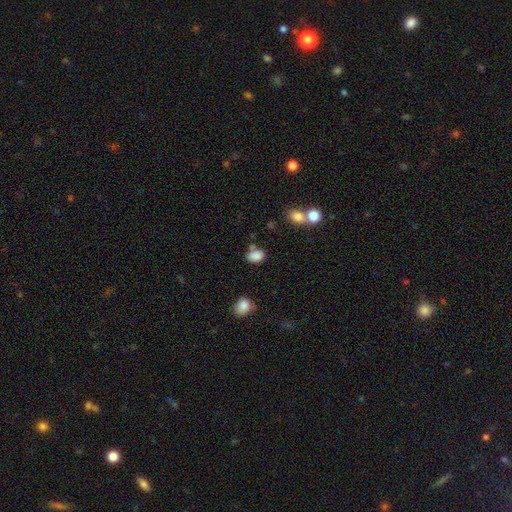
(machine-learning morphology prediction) type=smooth (84%); roundness=in between (79%); merging=none (58%).